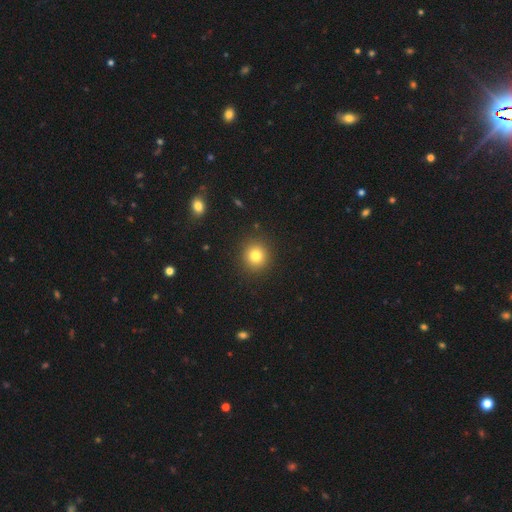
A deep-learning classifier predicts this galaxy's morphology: smooth_or_featured: smooth (p=0.81) [alt: star or artifact p=0.12]
how_rounded: round (p=0.91) [alt: in between p=0.08]
merging: none (p=0.91) [alt: minor disturbance p=0.06]